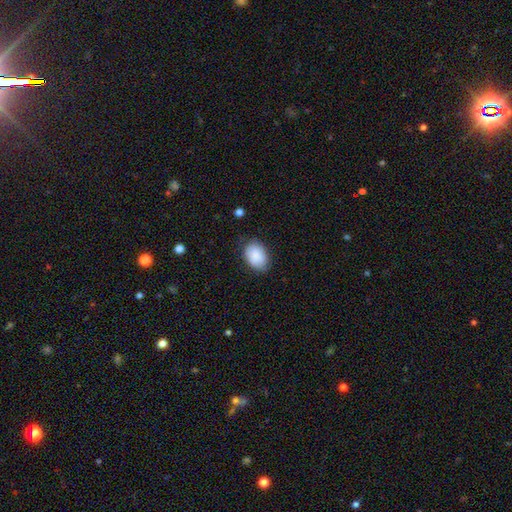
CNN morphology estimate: smooth-or-featured: smooth: 88% | star or artifact: 7% | featured or disk: 6%
  how-rounded: in between: 82% | round: 17% | cigar-shaped: 1%
  merging: none: 74% | minor disturbance: 20% | major disturbance: 4% | merger: 1%